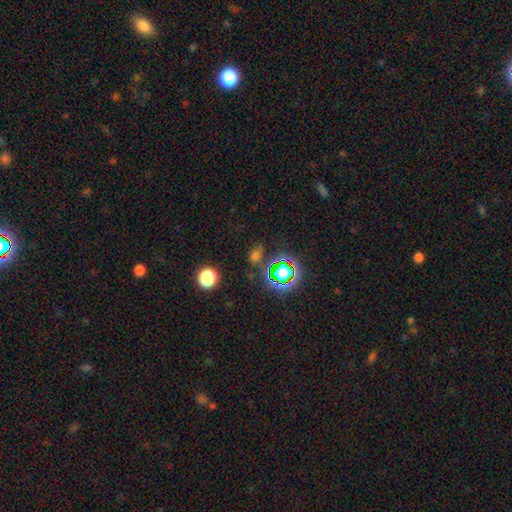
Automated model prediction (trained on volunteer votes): smooth-or-featured: star or artifact: 45% (tied) | smooth: 45% (tied) | featured or disk: 9%